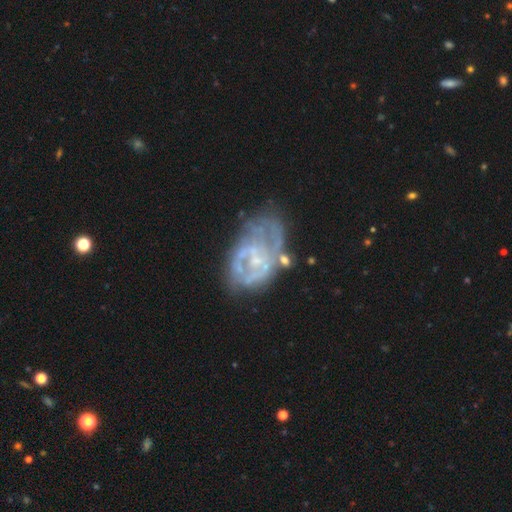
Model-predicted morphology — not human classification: smooth_or_featured: featured or disk (p=0.75) [alt: smooth p=0.15]
disk_edge_on: no (p=0.97) [alt: yes p=0.03]
bar: no (p=0.68) [alt: weak p=0.25]
has_spiral_arms: yes (p=0.56) [alt: no p=0.44]
bulge_size: small (p=0.57) [alt: none p=0.25]
merging: none (p=0.42) [alt: minor disturbance p=0.25]